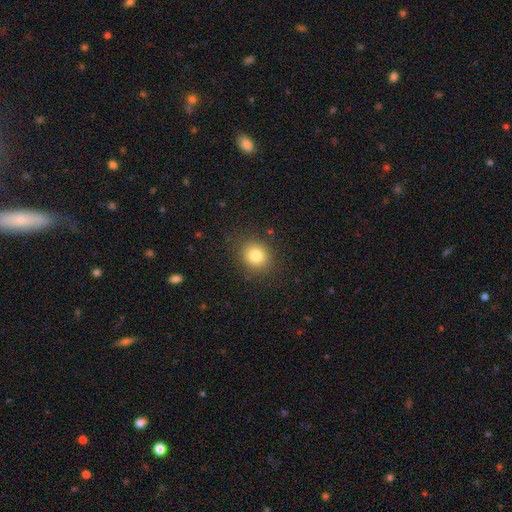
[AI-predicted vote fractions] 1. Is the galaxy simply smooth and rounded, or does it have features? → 81% smooth, 12% star or artifact, 7% featured or disk.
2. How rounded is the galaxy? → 83% round, 16% in between, 1% cigar-shaped.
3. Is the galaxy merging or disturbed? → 87% none, 8% minor disturbance, 3% major disturbance, 1% merger.